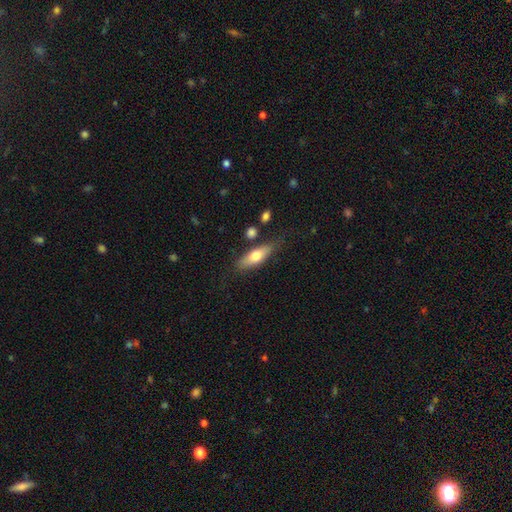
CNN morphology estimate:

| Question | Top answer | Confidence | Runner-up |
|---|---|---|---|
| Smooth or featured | smooth | 65% | featured or disk (29%) |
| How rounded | in between | 58% | cigar-shaped (39%) |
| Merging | none | 72% | minor disturbance (18%) |